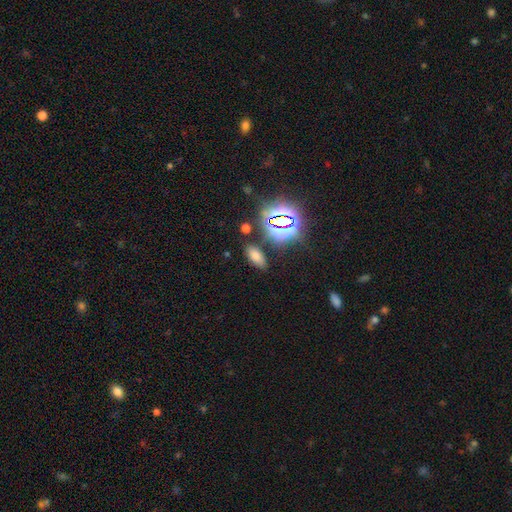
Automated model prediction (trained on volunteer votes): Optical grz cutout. It shows a smooth galaxy with no disk features (65%) that is in between round and cigar-shaped (87%). Merging: none (82%).